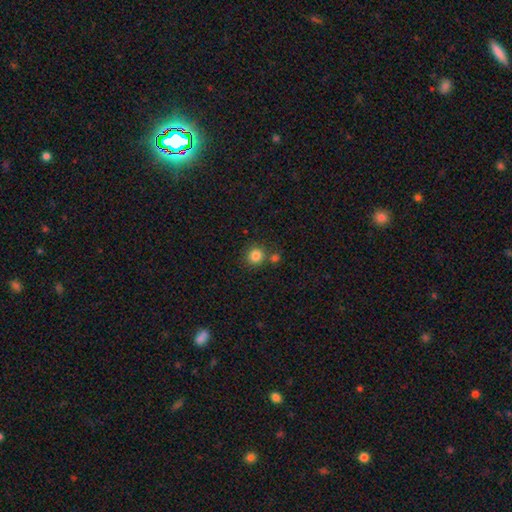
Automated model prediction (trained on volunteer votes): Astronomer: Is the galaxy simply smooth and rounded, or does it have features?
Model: smooth — 84%.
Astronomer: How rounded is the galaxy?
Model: round — 90%.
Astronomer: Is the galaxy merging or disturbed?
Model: none — 73%.